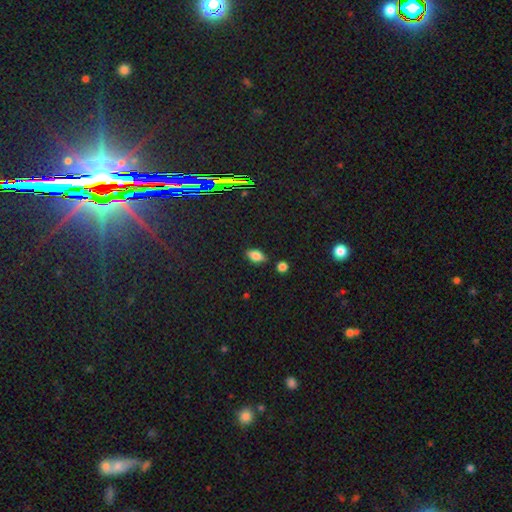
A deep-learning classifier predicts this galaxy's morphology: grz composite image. It shows a smooth galaxy with no disk features (79%) that is in between round and cigar-shaped (88%). Merging: none (79%).